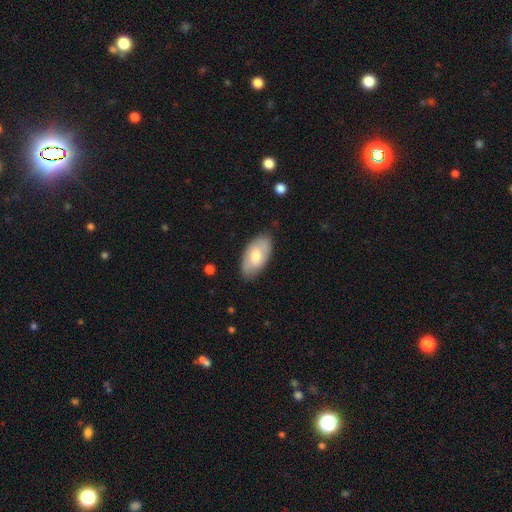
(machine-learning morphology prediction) smooth 65%, featured or disk 30%, star or artifact 5%. Down the decision tree: how rounded — in between (94%); merging — none (80%).